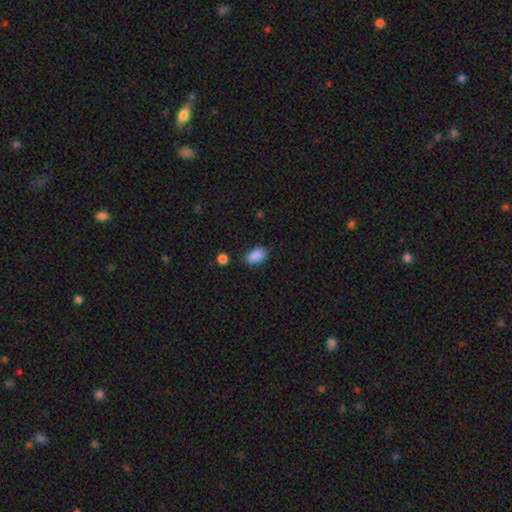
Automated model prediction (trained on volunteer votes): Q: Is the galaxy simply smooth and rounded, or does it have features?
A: smooth — 89%.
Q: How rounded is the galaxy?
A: in between — 92%.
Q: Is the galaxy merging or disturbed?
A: none — 81%.